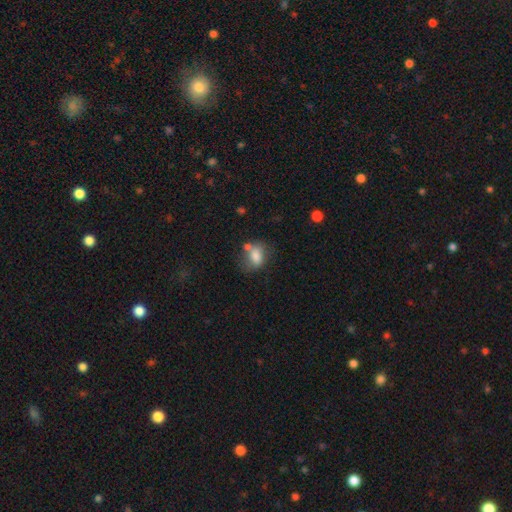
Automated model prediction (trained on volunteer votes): This is likely a smooth galaxy (75%). How rounded: likely in between (71%). Merging: possibly none (46%).